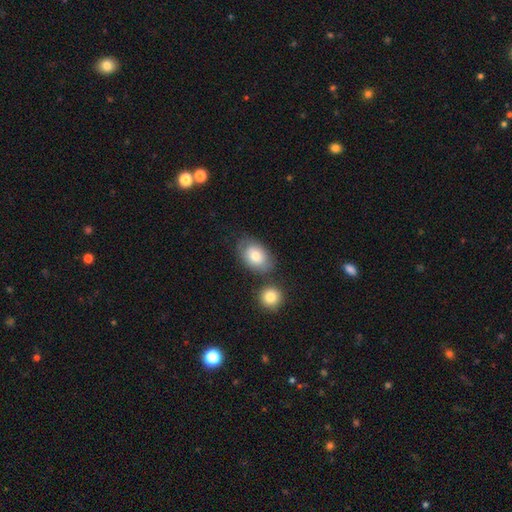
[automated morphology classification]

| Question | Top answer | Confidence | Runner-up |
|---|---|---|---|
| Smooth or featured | smooth | 76% | featured or disk (17%) |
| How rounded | in between | 79% | round (20%) |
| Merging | none | 61% | merger (17%) |